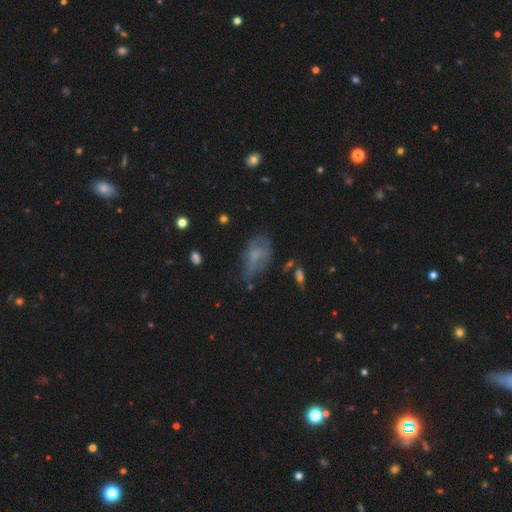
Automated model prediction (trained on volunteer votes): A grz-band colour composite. It shows a smooth galaxy with no disk features (54%) that is in between round and cigar-shaped (87%). Merging: none (40%).